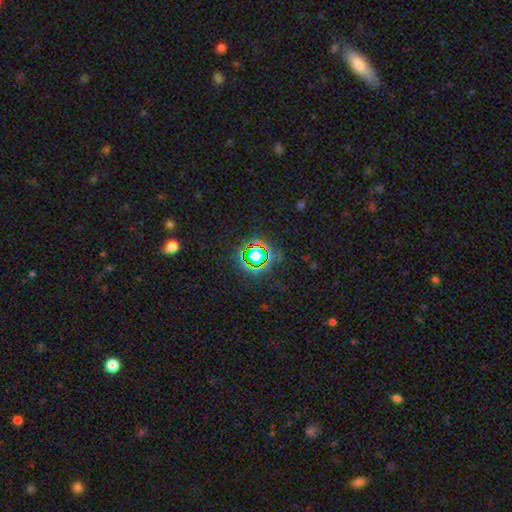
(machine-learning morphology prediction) smooth-or-featured: star or artifact: 73% | smooth: 17% | featured or disk: 10%